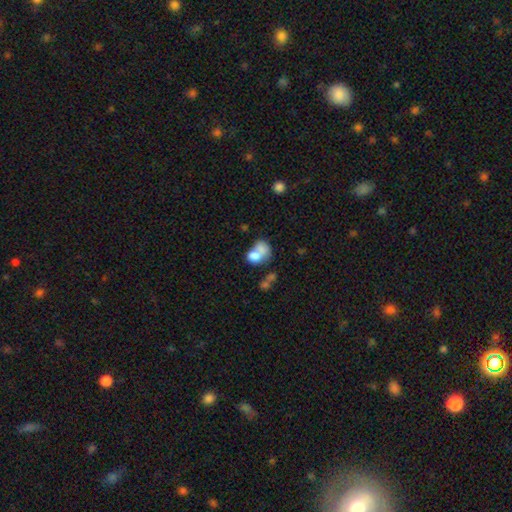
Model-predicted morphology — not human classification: Smooth or featured? Predicted: smooth (p=0.71). How rounded? Predicted: in between (p=0.66). Merging? Predicted: merger (p=0.59).